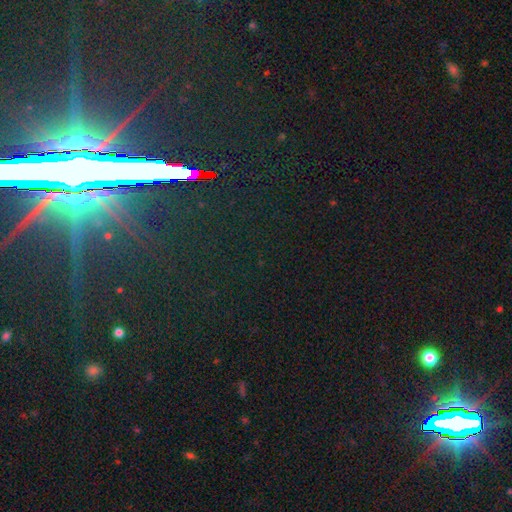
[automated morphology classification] star or artifact 78%, featured or disk 12%, smooth 10%.